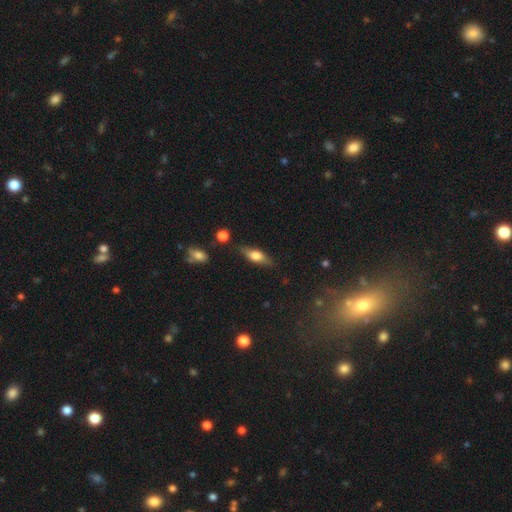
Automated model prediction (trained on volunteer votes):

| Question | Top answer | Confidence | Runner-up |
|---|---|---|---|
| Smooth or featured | smooth | 56% | featured or disk (37%) |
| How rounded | in between | 58% | cigar-shaped (38%) |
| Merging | none | 79% | minor disturbance (15%) |